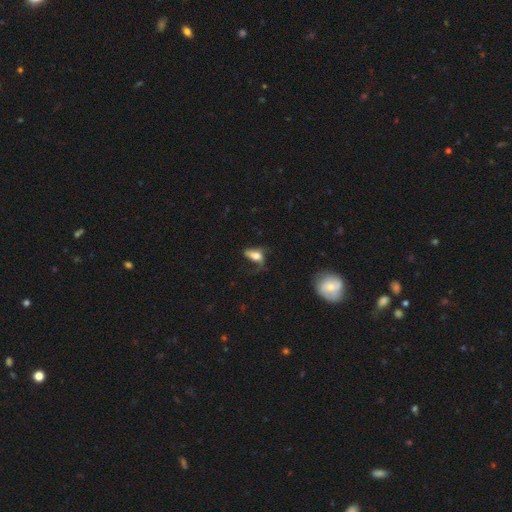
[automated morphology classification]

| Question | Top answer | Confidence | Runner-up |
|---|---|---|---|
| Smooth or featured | smooth | 58% | featured or disk (33%) |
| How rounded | in between | 80% | cigar-shaped (11%) |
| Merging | major disturbance | 43% | none (30%) |